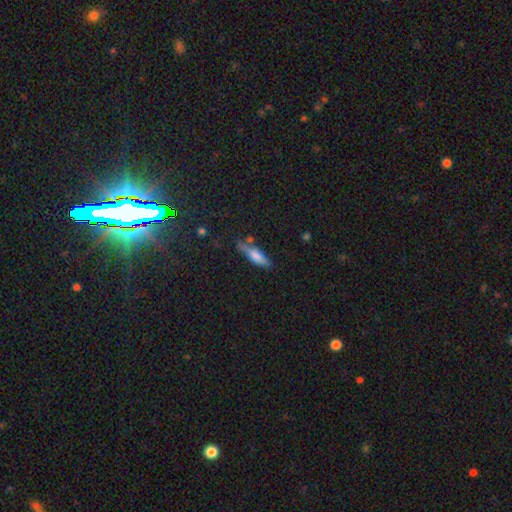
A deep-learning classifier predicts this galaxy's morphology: A smooth galaxy with no disk features (68%) that is cigar-shaped (64%). Merging: none (66%).